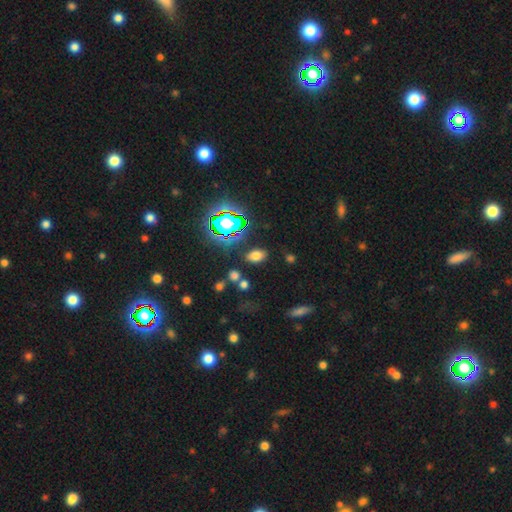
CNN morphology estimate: smooth_or_featured: smooth (p=0.68) [alt: star or artifact p=0.24]
how_rounded: in between (p=0.86) [alt: round p=0.12]
merging: none (p=0.81) [alt: minor disturbance p=0.10]